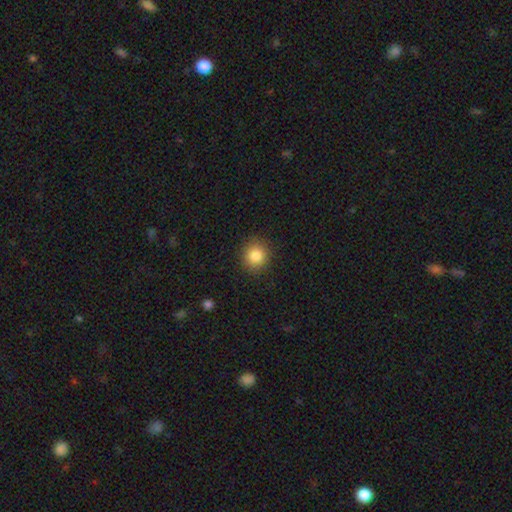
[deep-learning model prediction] This is clearly a smooth galaxy (85%). How rounded: clearly round (88%). Merging: clearly none (90%).